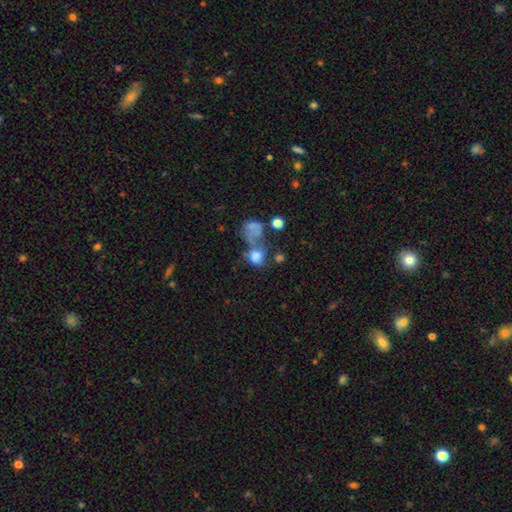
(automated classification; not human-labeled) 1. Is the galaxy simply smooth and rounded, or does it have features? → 67% smooth, 18% featured or disk, 14% star or artifact.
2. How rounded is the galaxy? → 51% round, 47% in between, 2% cigar-shaped.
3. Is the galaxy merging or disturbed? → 45% merger, 22% major disturbance, 21% none, 12% minor disturbance.